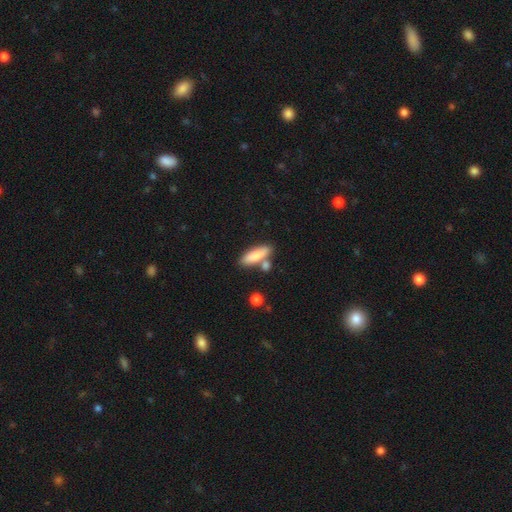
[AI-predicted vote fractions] This appears to be a smooth galaxy with no disk features (81%) that is cigar-shaped (51%). Merging: none (66%).